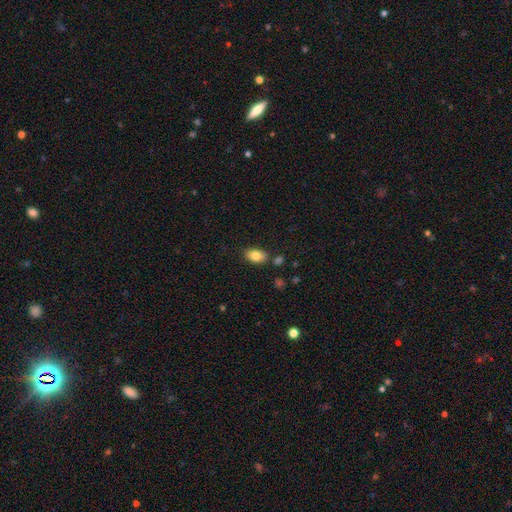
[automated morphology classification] A smooth galaxy with no disk features (82%) that is in between round and cigar-shaped (88%). Merging: none (81%).